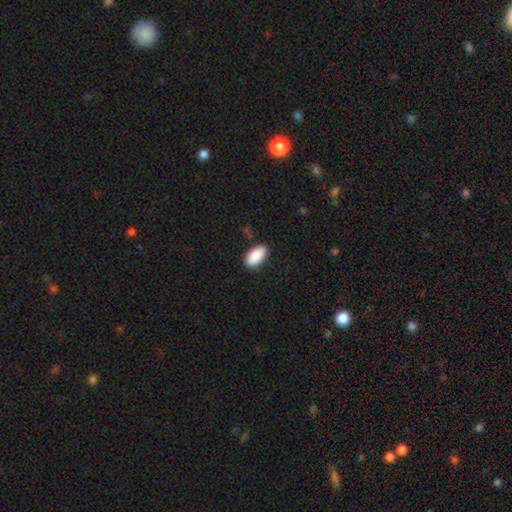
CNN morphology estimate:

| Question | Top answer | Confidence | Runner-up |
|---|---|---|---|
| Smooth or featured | smooth | 90% | star or artifact (6%) |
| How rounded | in between | 95% | cigar-shaped (3%) |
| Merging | none | 87% | minor disturbance (9%) |